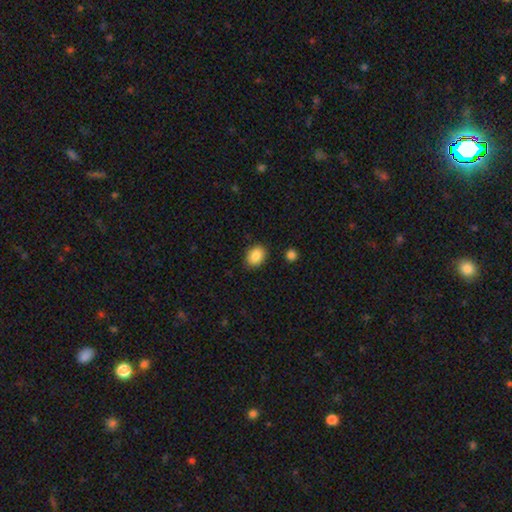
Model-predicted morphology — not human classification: A smooth galaxy with no disk features (88%) that is in between round and cigar-shaped (70%).

Vote fractions:
- Smooth or featured? smooth: 88% / star or artifact: 8% / featured or disk: 4%
- How rounded? in between: 70% / round: 29% / cigar-shaped: 1%
- Merging? none: 86% / minor disturbance: 10% / major disturbance: 3% / merger: 2%